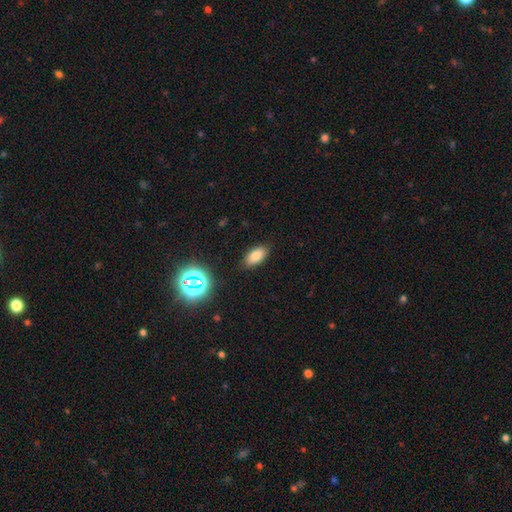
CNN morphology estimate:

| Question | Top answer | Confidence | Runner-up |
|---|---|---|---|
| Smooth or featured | smooth | 77% | star or artifact (14%) |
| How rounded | in between | 91% | round (5%) |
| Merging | none | 86% | minor disturbance (10%) |